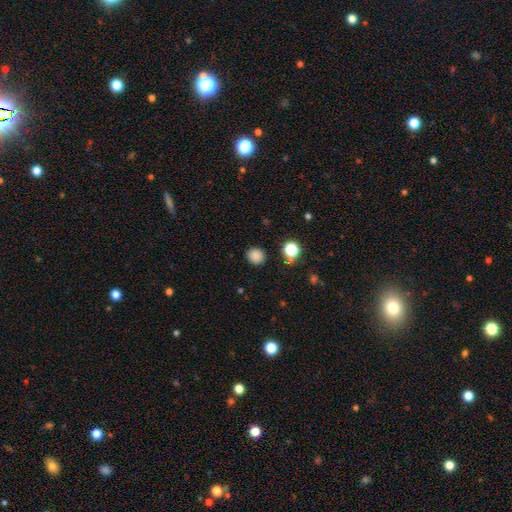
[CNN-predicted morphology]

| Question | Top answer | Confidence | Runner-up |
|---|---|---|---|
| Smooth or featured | smooth | 83% | star or artifact (13%) |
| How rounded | round | 84% | in between (15%) |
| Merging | none | 87% | minor disturbance (8%) |